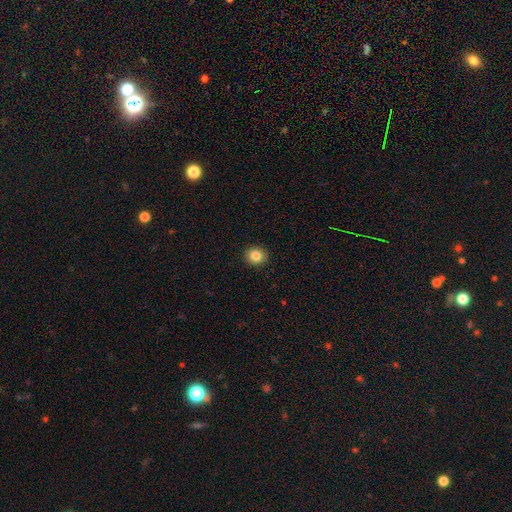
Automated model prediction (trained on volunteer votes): A smooth galaxy with no disk features (85%) that is round (85%). Merging: none (92%).